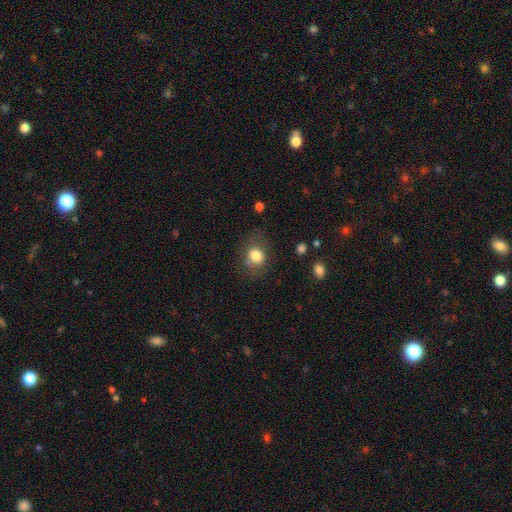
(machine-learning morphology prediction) A smooth galaxy with no disk features (80%) that is round (62%). Merging: none (65%).